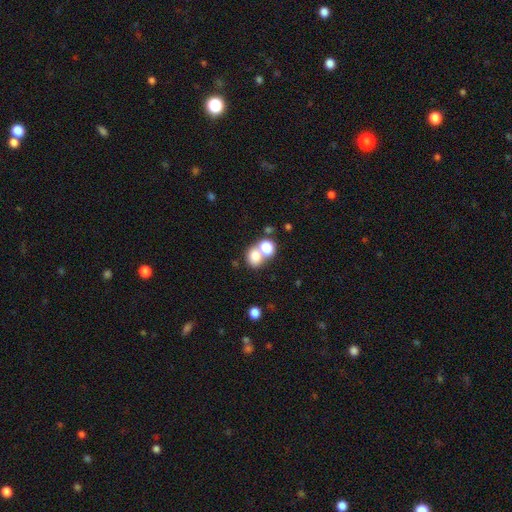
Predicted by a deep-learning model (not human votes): Smooth or featured: smooth — 74% (star or artifact — 15%)
How rounded: round — 65% (in between — 34%)
Merging: merger — 44% (none — 43%)